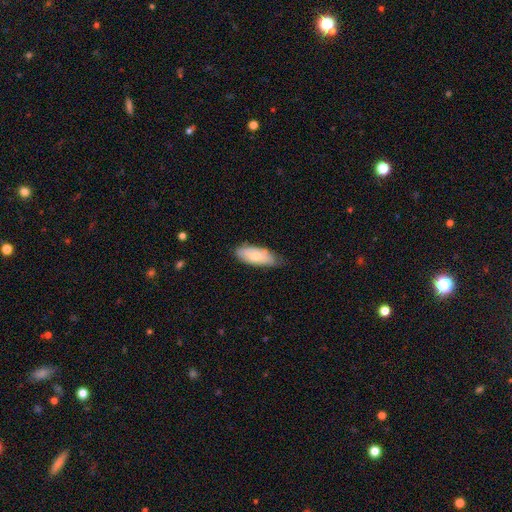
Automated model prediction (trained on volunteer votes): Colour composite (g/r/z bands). It shows a smooth galaxy with no disk features (68%) that is in between round and cigar-shaped (84%). Merging: none (59%).